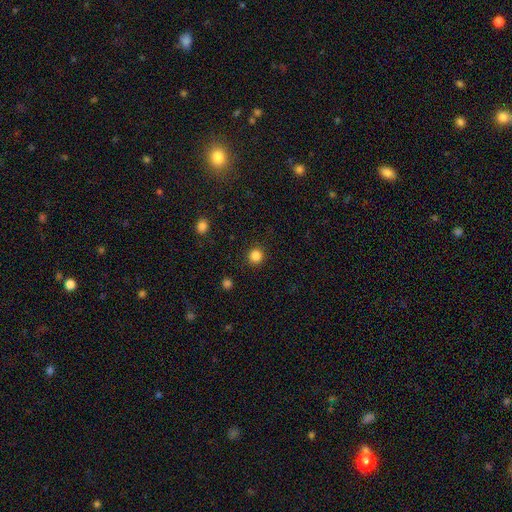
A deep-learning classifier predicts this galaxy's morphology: Q: Smooth or featured?
A: smooth (85%); runner-up: star or artifact (12%)
Q: How rounded?
A: round (94%); runner-up: in between (5%)
Q: Merging?
A: none (92%); runner-up: minor disturbance (5%)